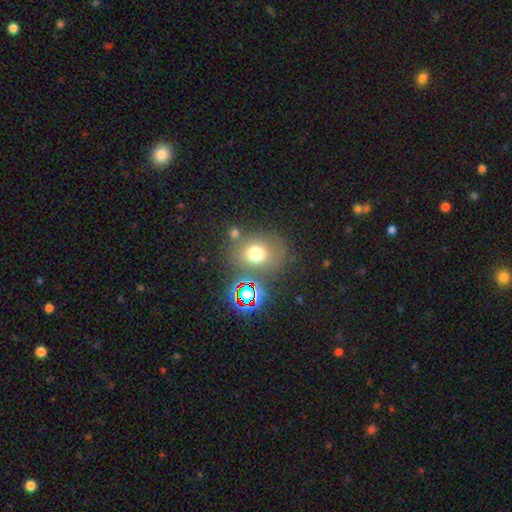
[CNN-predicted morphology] A smooth galaxy with no disk features (66%) that is round (66%). Merging: none (69%).